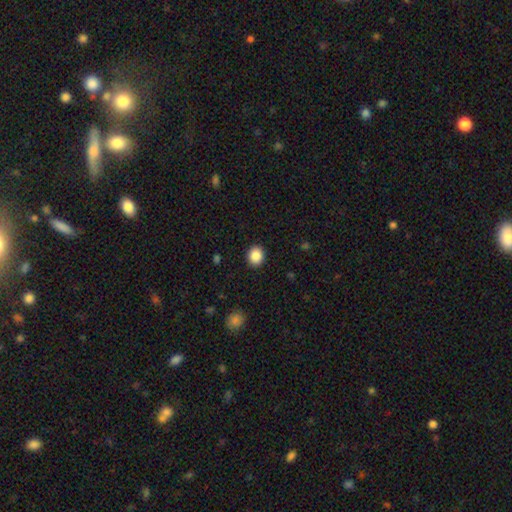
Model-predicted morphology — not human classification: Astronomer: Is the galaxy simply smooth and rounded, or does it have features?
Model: smooth — 88%.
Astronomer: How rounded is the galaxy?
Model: round — 69%.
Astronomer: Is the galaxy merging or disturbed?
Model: none — 91%.